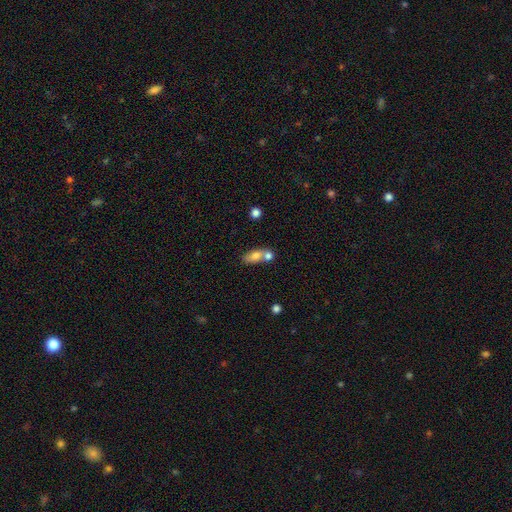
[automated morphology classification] Overall: smooth (73%). How rounded: in between (75%). Merging: merger (50%; none 36%).